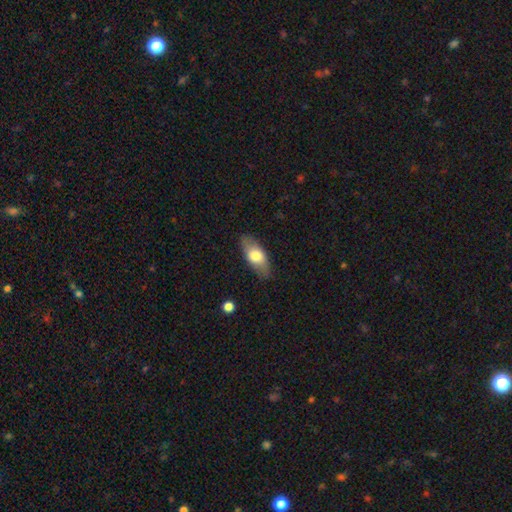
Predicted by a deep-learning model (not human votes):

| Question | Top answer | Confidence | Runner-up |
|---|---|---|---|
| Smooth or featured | smooth | 69% | featured or disk (25%) |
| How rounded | in between | 83% | cigar-shaped (14%) |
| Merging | none | 84% | minor disturbance (12%) |